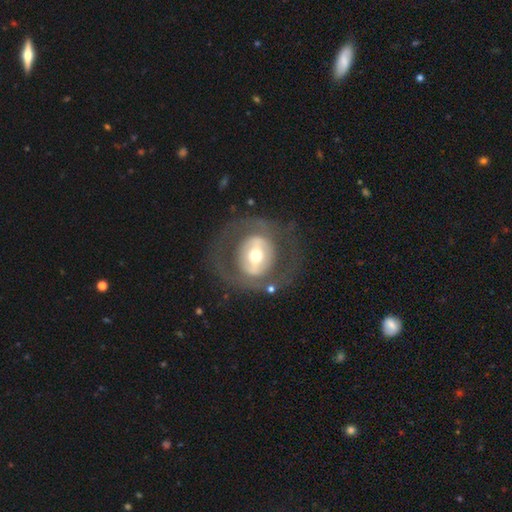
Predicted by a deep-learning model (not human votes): This appears to be a featured or disk galaxy (61%) with no bar (41%), no spiral arms (78%) and a moderate central bulge (63%). Merging: none (73%).